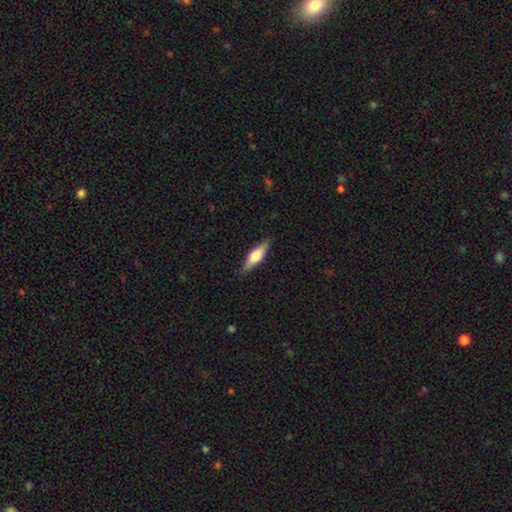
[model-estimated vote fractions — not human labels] smooth_or_featured: smooth (p=0.53) [alt: featured or disk p=0.41]
how_rounded: cigar-shaped (p=0.55) [alt: in between p=0.43]
merging: none (p=0.86) [alt: minor disturbance p=0.11]